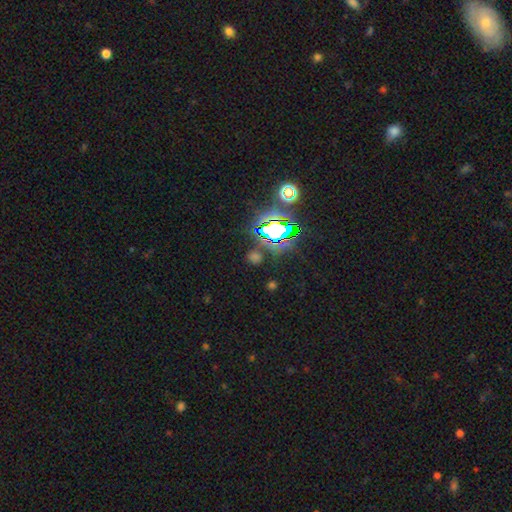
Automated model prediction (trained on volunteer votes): Smooth or featured? Predicted: star or artifact (p=0.68).